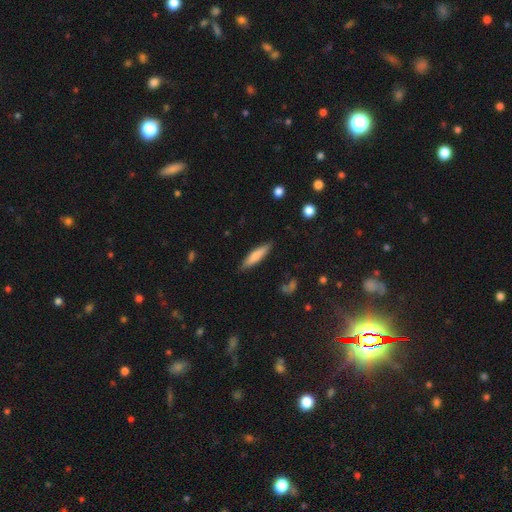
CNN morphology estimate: smooth 75%, featured or disk 20%, star or artifact 6%. Down the decision tree: how rounded — cigar-shaped (78%); merging — none (86%).